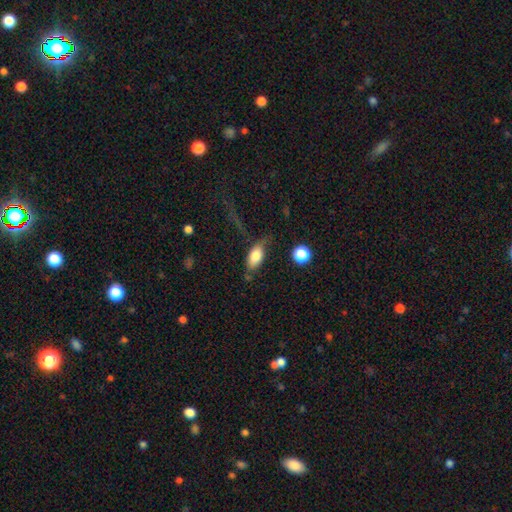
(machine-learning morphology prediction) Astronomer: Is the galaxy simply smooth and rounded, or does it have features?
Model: smooth — 76%.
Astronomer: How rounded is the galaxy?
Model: in between — 88%.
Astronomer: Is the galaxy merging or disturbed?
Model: none — 50% (runner-up: minor disturbance, 25%).